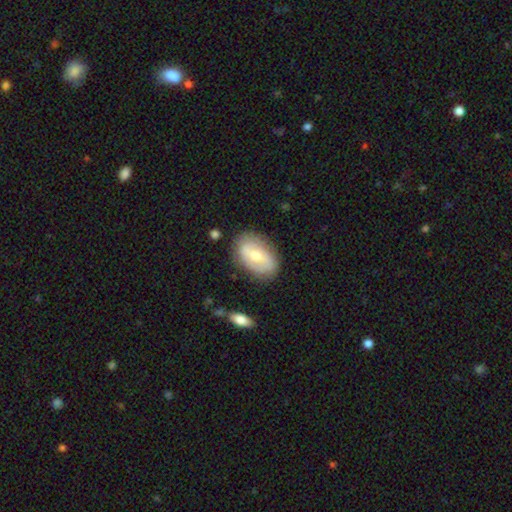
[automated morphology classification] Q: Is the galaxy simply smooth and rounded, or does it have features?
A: featured or disk — 54%.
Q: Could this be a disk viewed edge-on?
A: no — 94%.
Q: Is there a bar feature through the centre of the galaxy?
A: weak — 45%.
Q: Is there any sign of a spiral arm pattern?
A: yes — 63%.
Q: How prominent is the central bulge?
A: moderate — 63%.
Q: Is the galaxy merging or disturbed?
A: none — 78%.